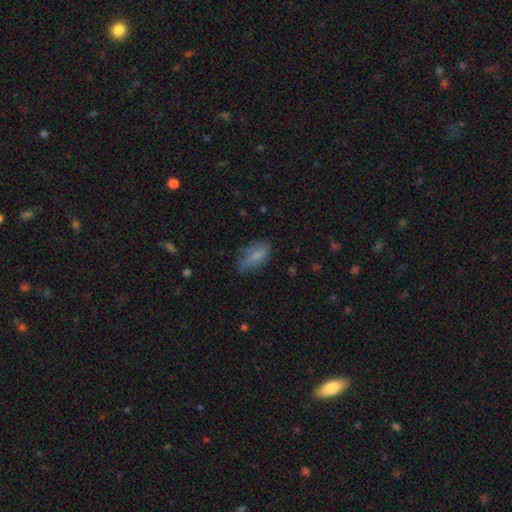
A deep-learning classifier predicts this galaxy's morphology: Smooth or featured?
  - smooth: 73% *
  - featured or disk: 18%
  - star or artifact: 8%
How rounded?
  - in between: 79% *
  - cigar-shaped: 18%
  - round: 3%
Merging?
  - none: 59% *
  - minor disturbance: 29%
  - major disturbance: 9%
  - merger: 2%